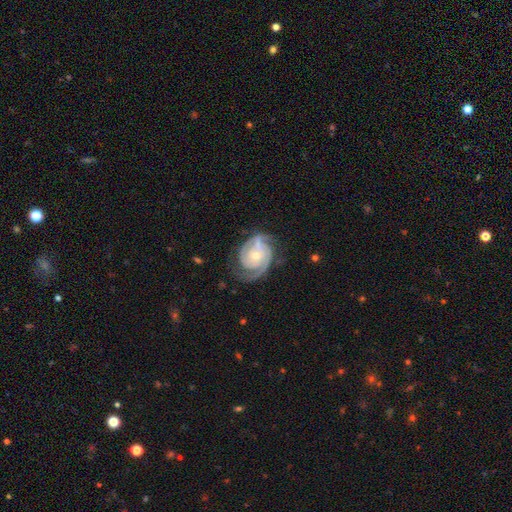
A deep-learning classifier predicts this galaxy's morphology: featured or disk 89%, smooth 7%, star or artifact 5%. Down the decision tree: edge-on disk — no (98%); bar — no (68%); spiral arms — yes (97%); spiral arm count — 2 (43%); spiral winding — tight (59%); bulge size — small (53%); merging — none (66%).